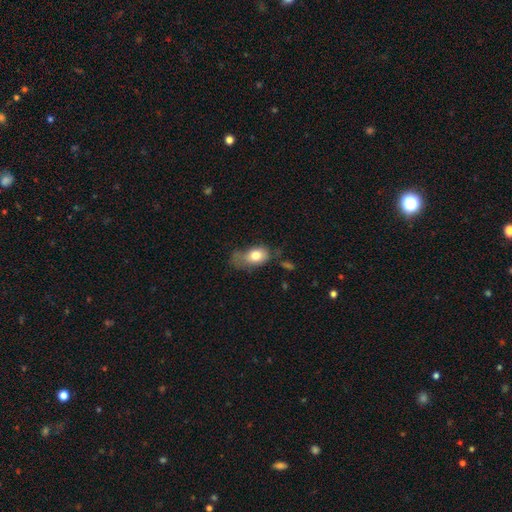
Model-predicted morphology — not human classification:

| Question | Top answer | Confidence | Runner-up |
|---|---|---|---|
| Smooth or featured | smooth | 77% | featured or disk (15%) |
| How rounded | in between | 80% | round (18%) |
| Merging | minor disturbance | 35% | major disturbance (31%) |